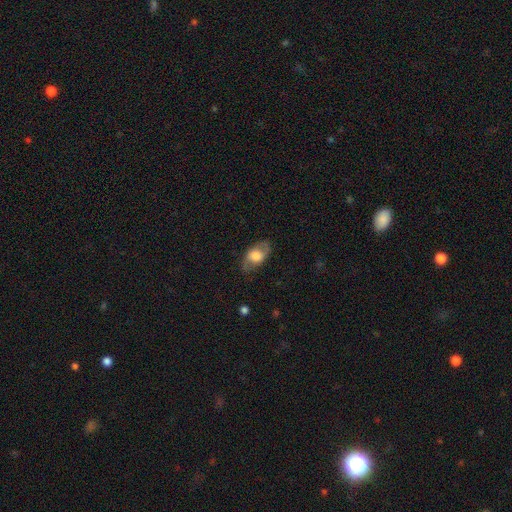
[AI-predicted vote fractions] smooth 51%, featured or disk 42%, star or artifact 7%. Down the decision tree: how rounded — in between (87%); merging — none (76%).